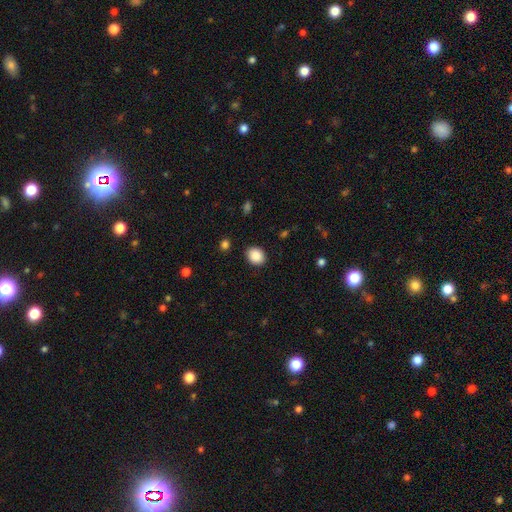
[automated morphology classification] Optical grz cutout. It shows a smooth galaxy with no disk features (89%) that is round (53%). Merging: none (88%).